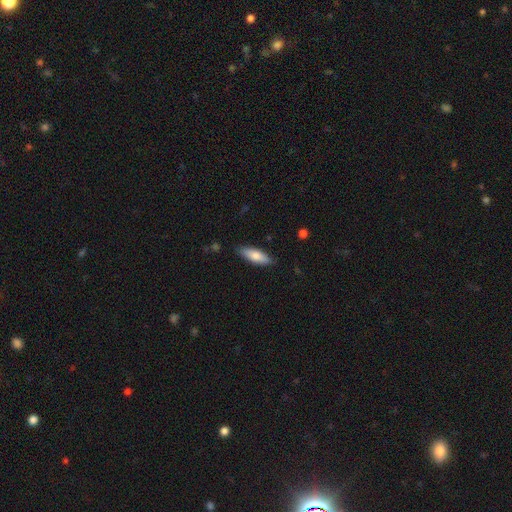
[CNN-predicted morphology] Smooth or featured? Predicted: smooth (p=0.77). How rounded? Predicted: in between (p=0.56). Merging? Predicted: none (p=0.86).